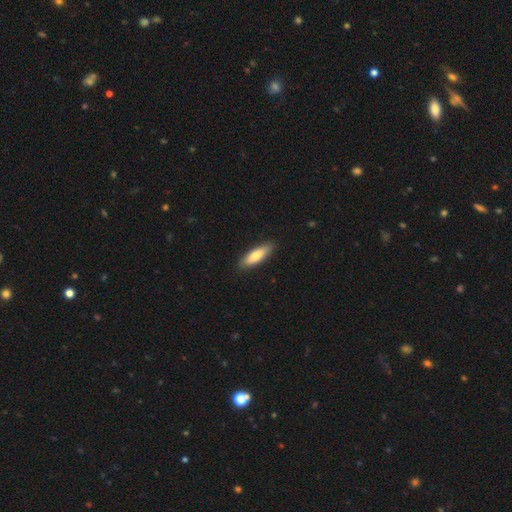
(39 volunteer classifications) Smooth or featured? smooth (72%)
How rounded? in between (54%)
Merging? none (95%)